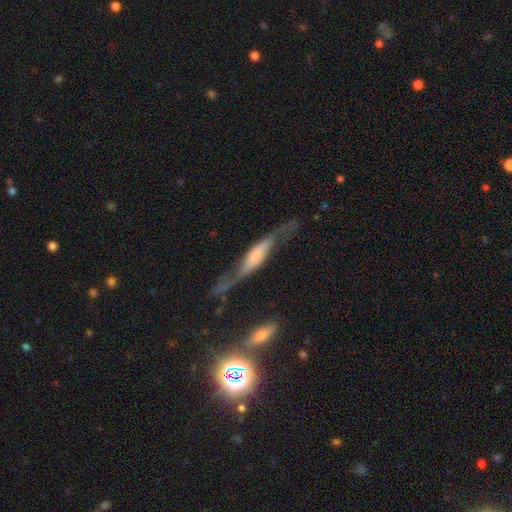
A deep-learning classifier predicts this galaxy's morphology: A featured or disk galaxy (73%) viewed edge-on (56%). Merging: none (51%).